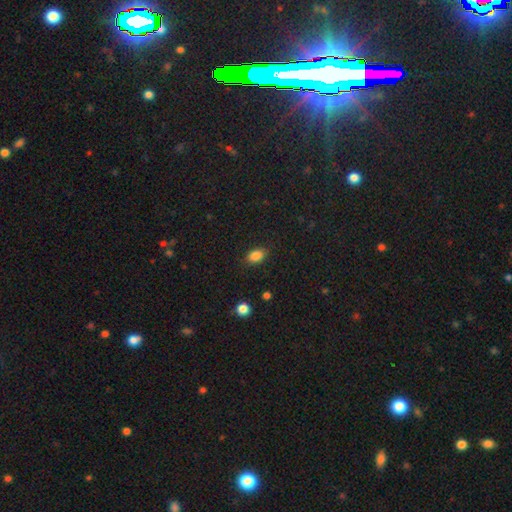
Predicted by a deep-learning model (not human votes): A smooth galaxy with no disk features (86%) that is in between round and cigar-shaped (85%).

Vote fractions:
- Smooth or featured? smooth: 86% / star or artifact: 10% / featured or disk: 4%
- How rounded? in between: 85% / round: 13% / cigar-shaped: 2%
- Merging? none: 84% / minor disturbance: 12% / major disturbance: 3% / merger: 1%